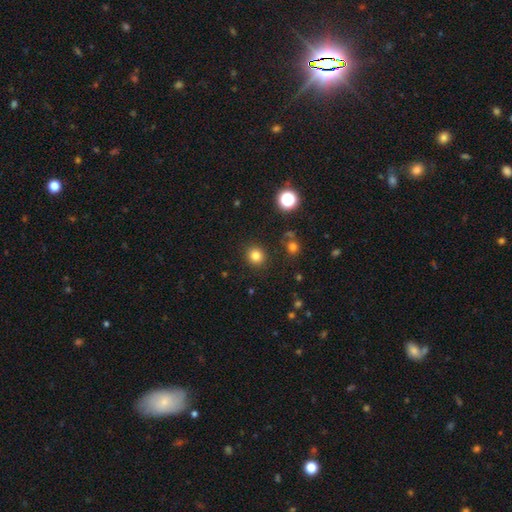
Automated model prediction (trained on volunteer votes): Smooth or featured?
  - smooth: 81% *
  - star or artifact: 13%
  - featured or disk: 5%
How rounded?
  - round: 89% *
  - in between: 10%
  - cigar-shaped: 1%
Merging?
  - none: 90% *
  - minor disturbance: 6%
  - major disturbance: 2%
  - merger: 2%